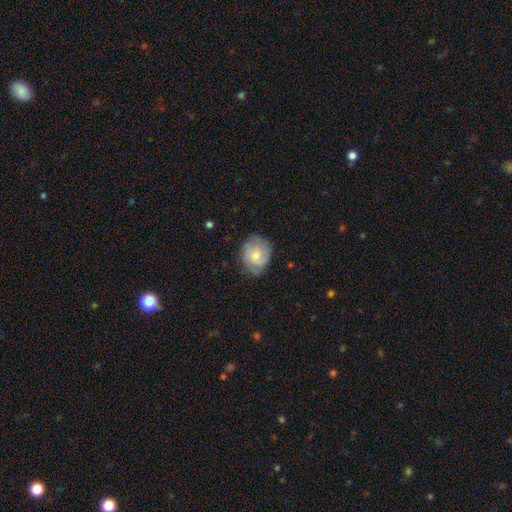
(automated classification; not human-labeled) Overall: smooth (60%; featured or disk 33%). How rounded: round (64%; in between 35%). Merging: none (65%; minor disturbance 26%).